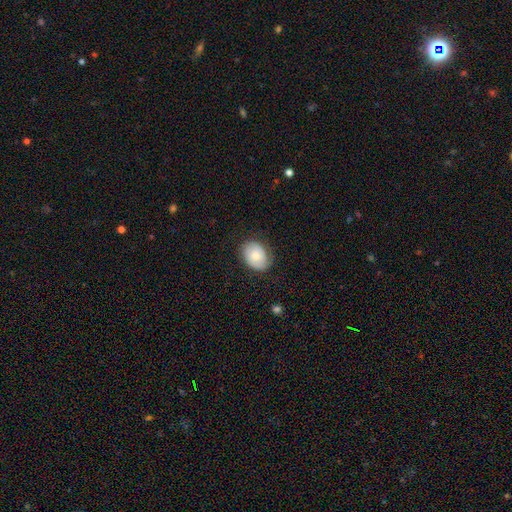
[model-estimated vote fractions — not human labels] Smooth or featured? Predicted: smooth (p=0.75). How rounded? Predicted: in between (p=0.67). Merging? Predicted: none (p=0.79).